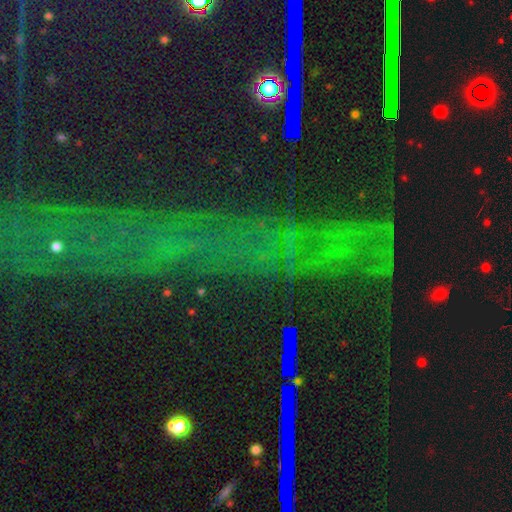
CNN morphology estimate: A star or artifact, not a galaxy (80%).

Vote fractions:
- Smooth or featured? star or artifact: 80% / featured or disk: 10% / smooth: 9%